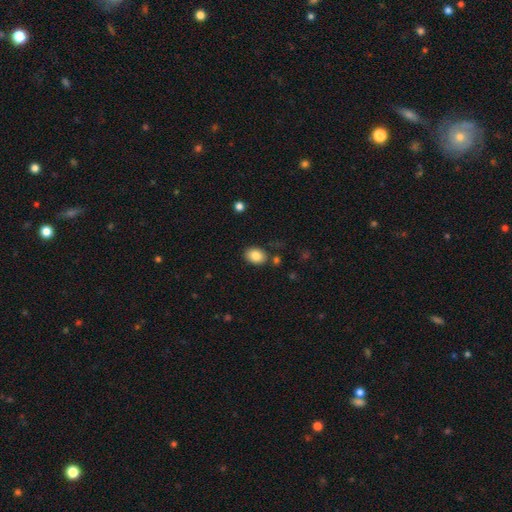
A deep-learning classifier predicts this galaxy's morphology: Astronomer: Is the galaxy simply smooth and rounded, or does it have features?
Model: smooth — 85%.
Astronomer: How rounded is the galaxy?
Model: in between — 71%.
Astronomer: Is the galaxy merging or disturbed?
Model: none — 81%.